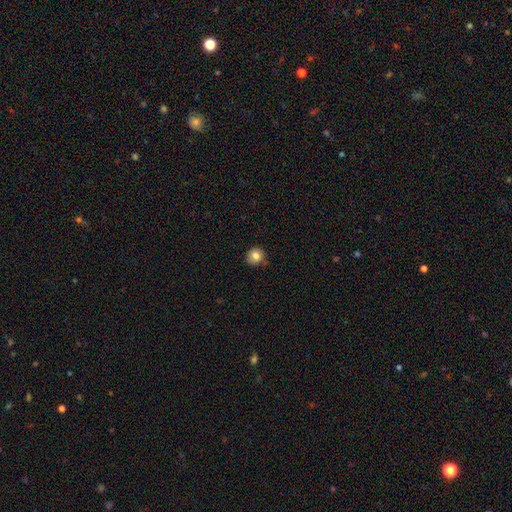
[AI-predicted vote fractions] The model was most divided on "merging": none: 75%, minor disturbance: 19%, major disturbance: 3%, merger: 3%. More confident: how rounded — round (85%); smooth or featured — smooth (81%).